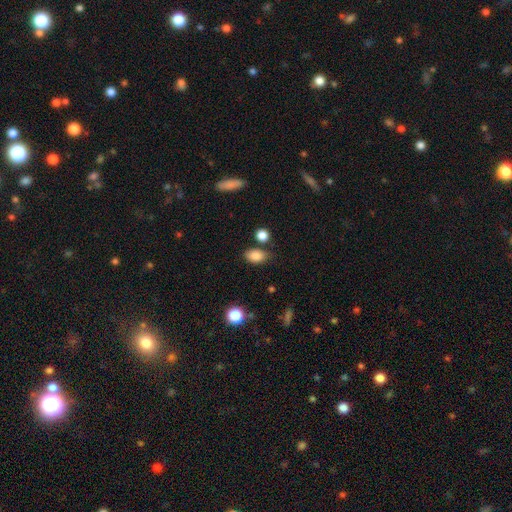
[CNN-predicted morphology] This is clearly a smooth galaxy (85%). How rounded: clearly in between (83%). Merging: likely none (74%).